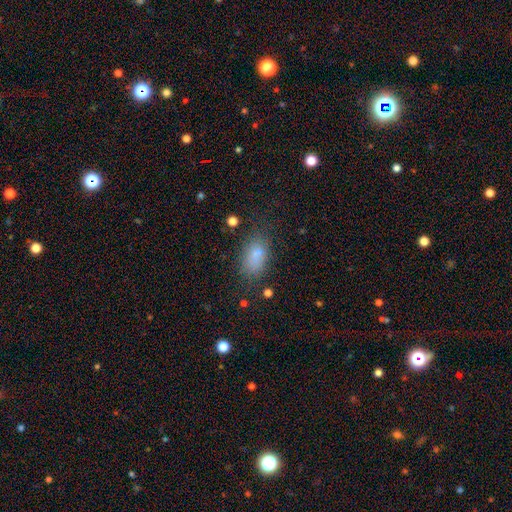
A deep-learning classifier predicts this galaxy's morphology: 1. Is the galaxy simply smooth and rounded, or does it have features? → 78% smooth, 12% star or artifact, 10% featured or disk.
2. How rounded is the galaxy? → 89% in between, 8% round, 3% cigar-shaped.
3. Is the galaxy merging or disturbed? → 62% none, 23% minor disturbance, 11% major disturbance, 5% merger.